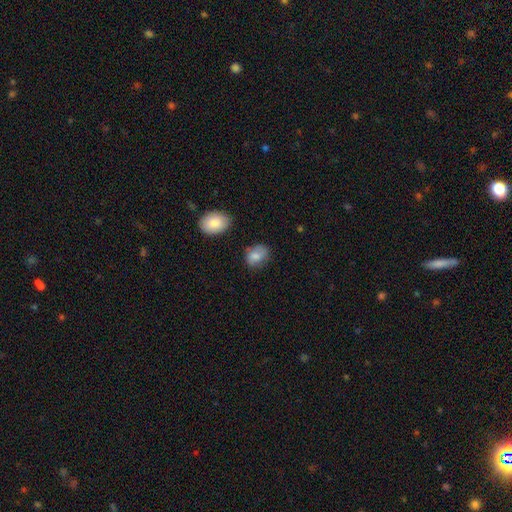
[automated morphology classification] Smooth or featured? Predicted: smooth (p=0.83). How rounded? Predicted: in between (p=0.70). Merging? Predicted: none (p=0.68).